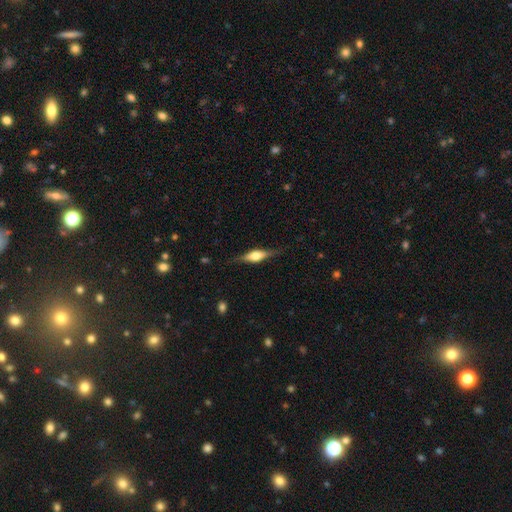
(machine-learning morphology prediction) The model was most divided on "smooth or featured": featured or disk: 67%, smooth: 27%, star or artifact: 6%. More confident: edge-on disk — yes (96%); edge-on bulge — rounded (88%); merging — none (83%).